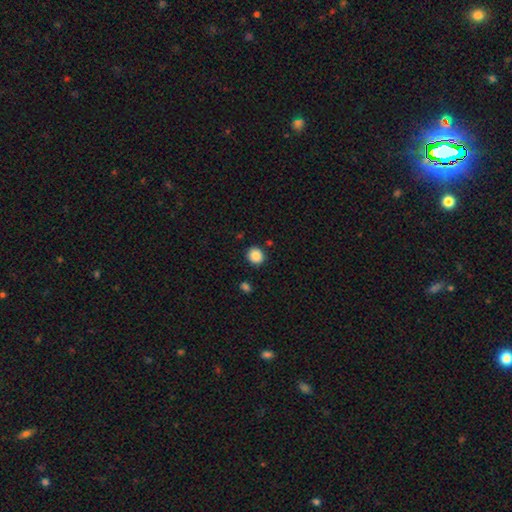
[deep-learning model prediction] The model was most divided on "how rounded": round: 87%, in between: 12%, cigar-shaped: 1%. More confident: merging — none (89%); smooth or featured — smooth (88%).